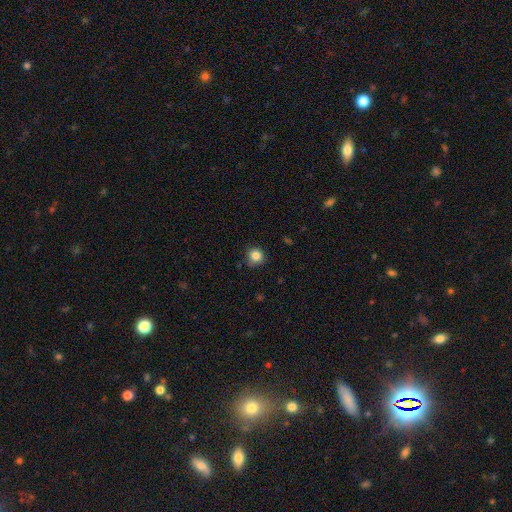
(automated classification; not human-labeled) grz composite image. It shows a smooth galaxy with no disk features (85%) that is round (91%). Merging: none (82%).